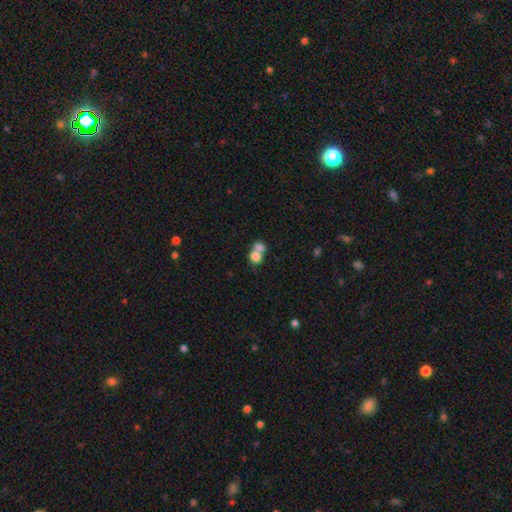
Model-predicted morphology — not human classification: The model was most divided on "how rounded": round: 61%, in between: 37%, cigar-shaped: 1%. More confident: smooth or featured — smooth (77%); merging — merger (68%).